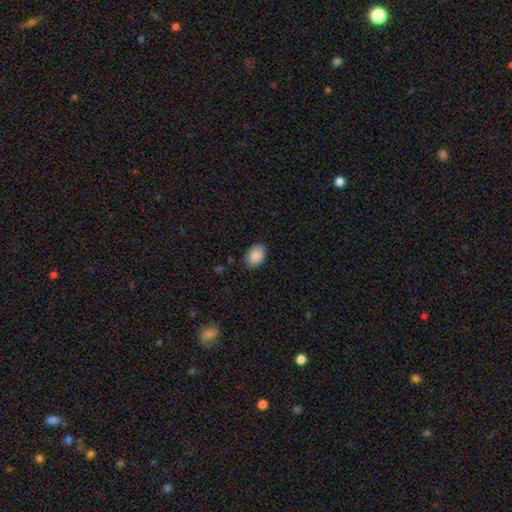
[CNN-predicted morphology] Smooth or featured? smooth (90%)
How rounded? in between (77%)
Merging? none (84%)